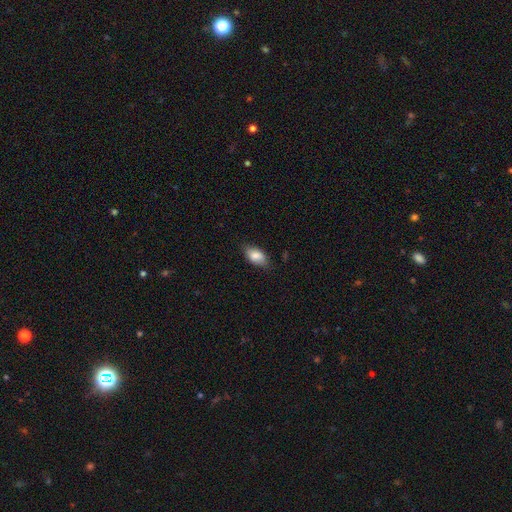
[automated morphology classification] Smooth or featured? smooth (83%)
How rounded? in between (91%)
Merging? none (79%)